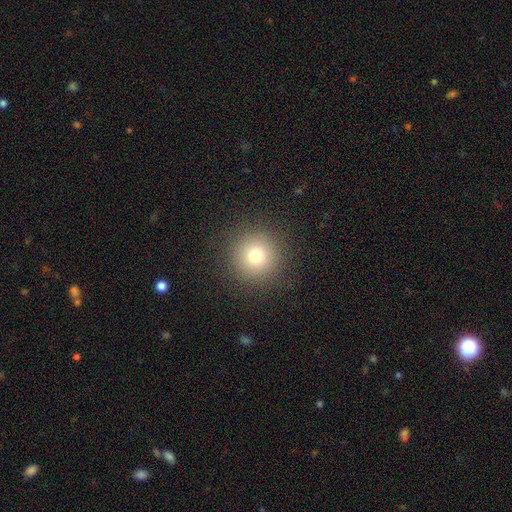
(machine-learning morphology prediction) smooth_or_featured: smooth (p=0.77) [alt: star or artifact p=0.14]
how_rounded: round (p=0.96) [alt: in between p=0.03]
merging: none (p=0.90) [alt: minor disturbance p=0.06]